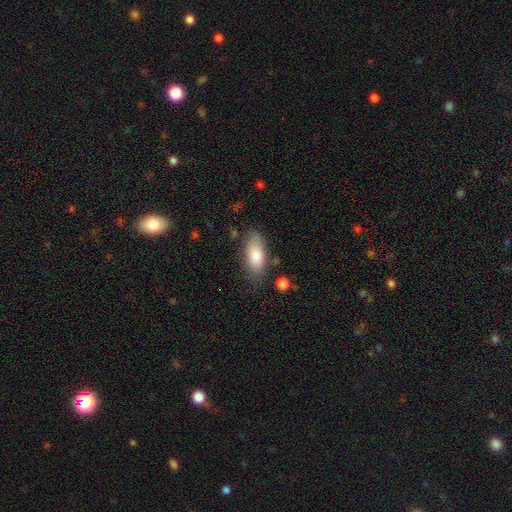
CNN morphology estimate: Smooth or featured?
  - smooth: 81% *
  - featured or disk: 12%
  - star or artifact: 6%
How rounded?
  - in between: 87% *
  - cigar-shaped: 10%
  - round: 3%
Merging?
  - none: 74% *
  - minor disturbance: 18%
  - major disturbance: 5%
  - merger: 3%